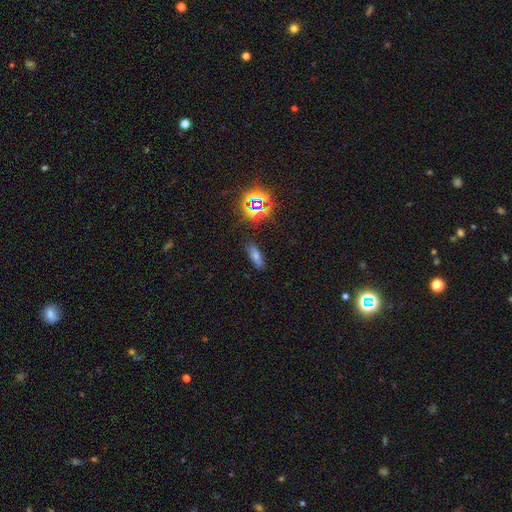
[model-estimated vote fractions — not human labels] The model was most divided on "smooth or featured": smooth: 49%, star or artifact: 33%, featured or disk: 17%. More confident: merging — none (85%).